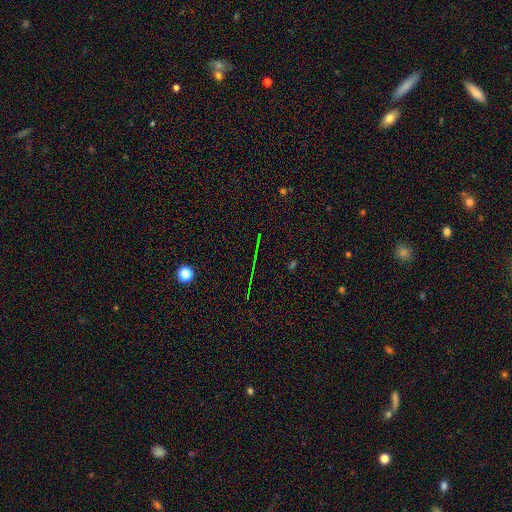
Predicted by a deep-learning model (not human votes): This appears to be a star or artifact, not a galaxy (73%).